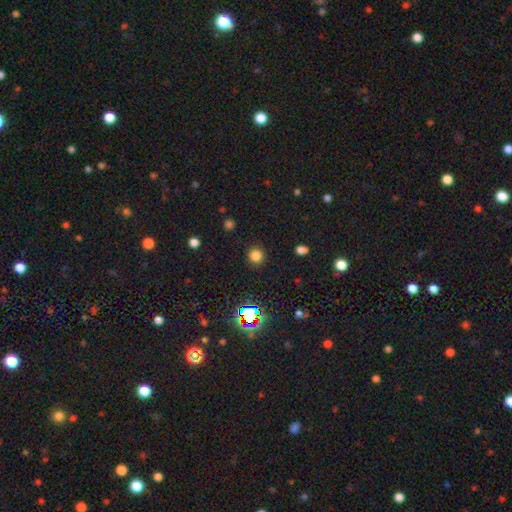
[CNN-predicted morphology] A smooth galaxy with no disk features (77%) that is round (94%). Merging: none (90%).